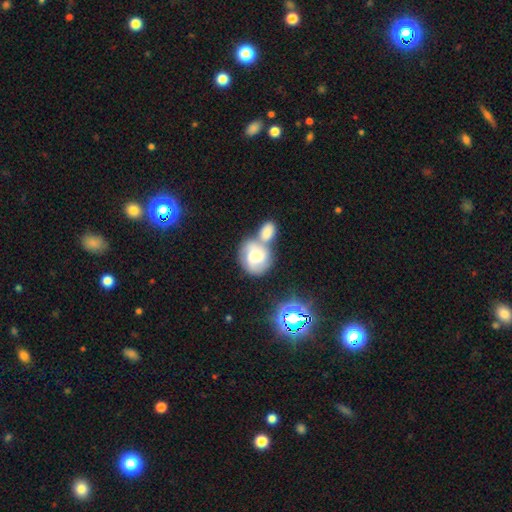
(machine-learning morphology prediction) The model was most divided on "smooth or featured": smooth: 51%, featured or disk: 40%, star or artifact: 9%. More confident: how rounded — round (64%); merging — merger (59%).